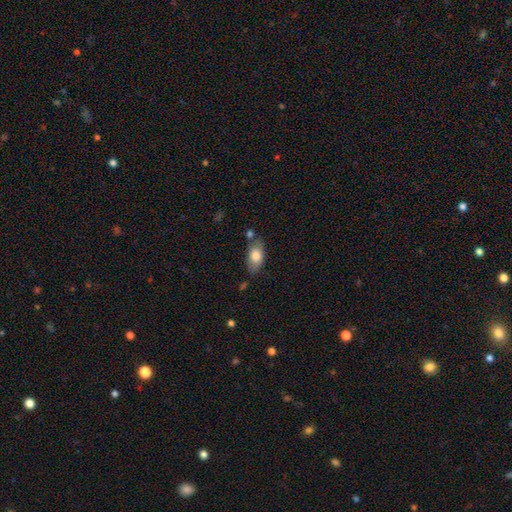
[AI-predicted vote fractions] Smooth or featured? Predicted: smooth (p=0.77). How rounded? Predicted: in between (p=0.91). Merging? Predicted: none (p=0.66).